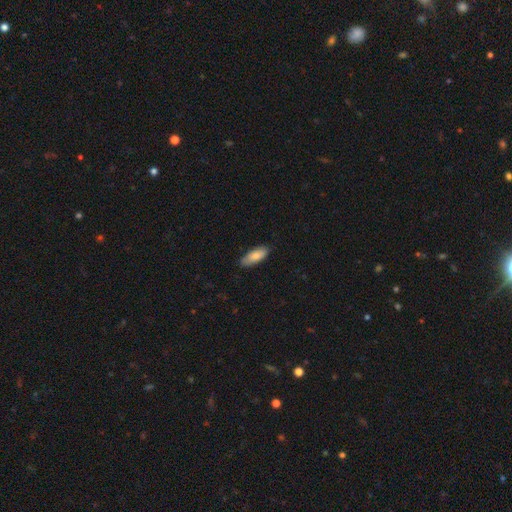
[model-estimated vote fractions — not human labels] Overall: smooth (82%). How rounded: in between (78%). Merging: none (82%).